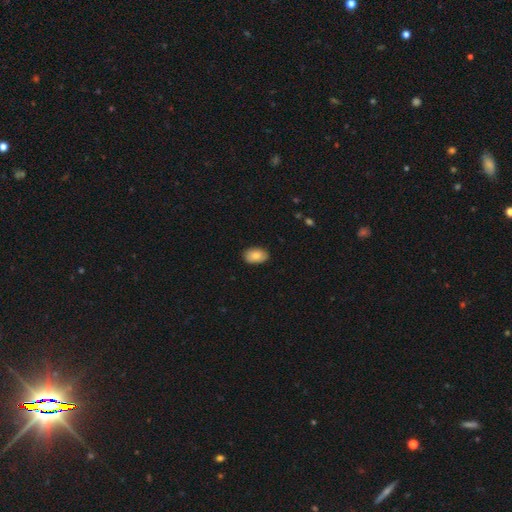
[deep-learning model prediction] Smooth or featured?
  - smooth: 84% *
  - featured or disk: 9%
  - star or artifact: 7%
How rounded?
  - in between: 90% *
  - round: 9%
  - cigar-shaped: 1%
Merging?
  - none: 87% *
  - minor disturbance: 10%
  - major disturbance: 2%
  - merger: 1%